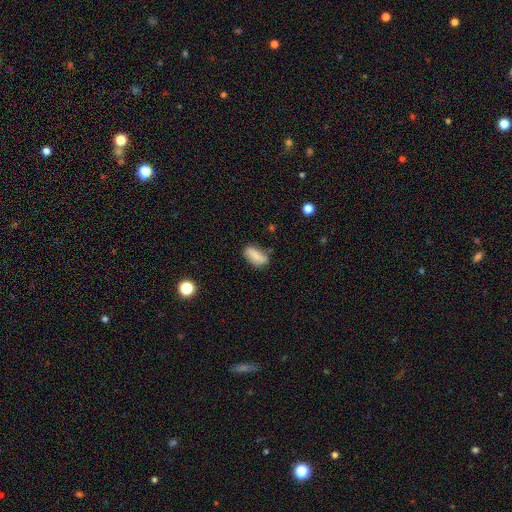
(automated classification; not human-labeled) This is likely a smooth galaxy (78%). How rounded: clearly in between (84%). Merging: likely none (67%).